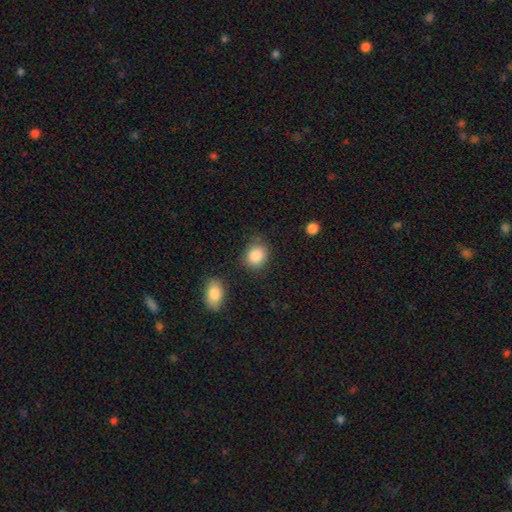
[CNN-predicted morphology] smooth_or_featured: smooth (p=0.87) [alt: star or artifact p=0.08]
how_rounded: round (p=0.59) [alt: in between p=0.39]
merging: none (p=0.76) [alt: minor disturbance p=0.16]